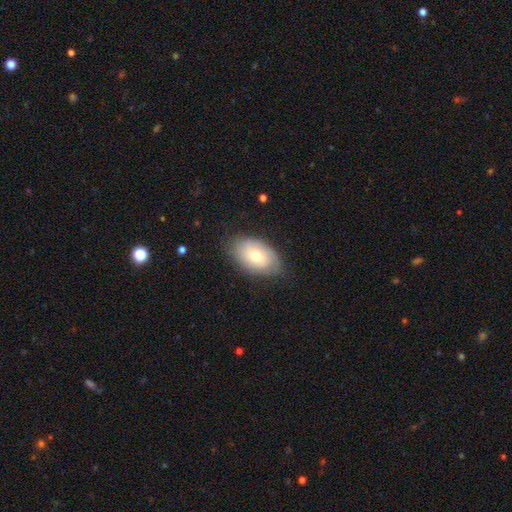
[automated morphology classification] smooth-or-featured: smooth: 64% | featured or disk: 28% | star or artifact: 7%
  how-rounded: in between: 91% | round: 8% | cigar-shaped: 1%
  merging: none: 76% | minor disturbance: 19% | major disturbance: 4% | merger: 1%